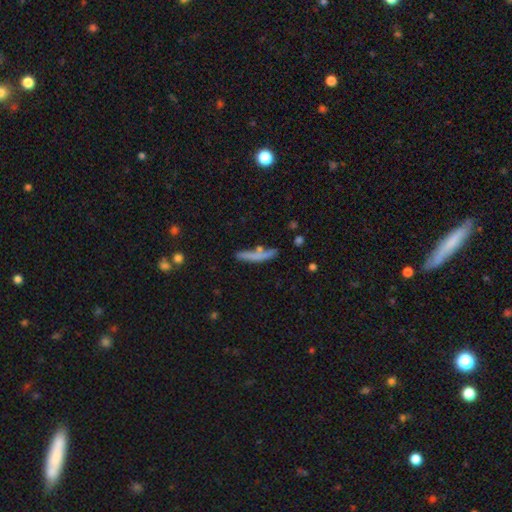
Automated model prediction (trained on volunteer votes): Q: Smooth or featured?
A: smooth (67%); runner-up: featured or disk (24%)
Q: How rounded?
A: cigar-shaped (90%); runner-up: in between (8%)
Q: Merging?
A: none (63%); runner-up: minor disturbance (18%)